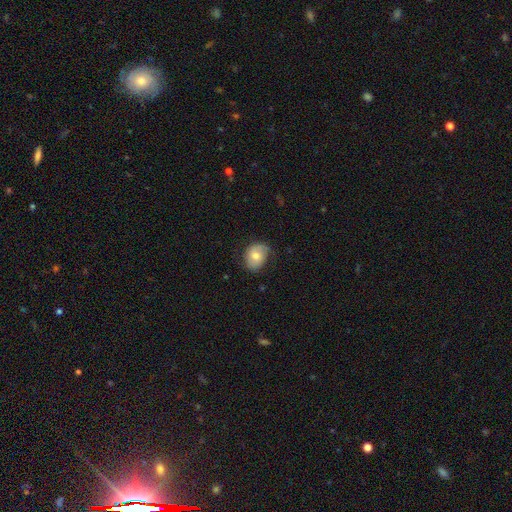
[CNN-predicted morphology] Overall: smooth (60%; featured or disk 33%). How rounded: in between (56%; round 43%). Merging: none (64%; minor disturbance 27%).